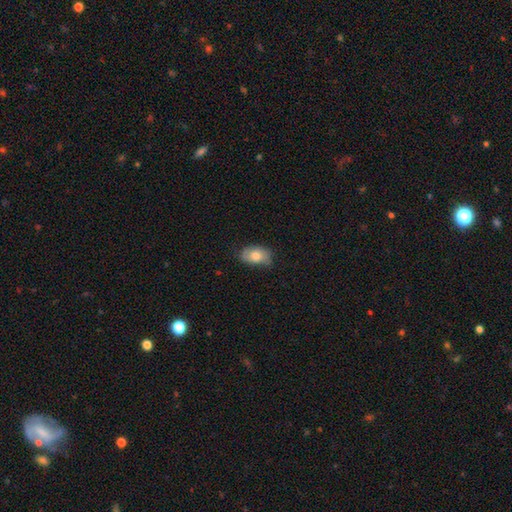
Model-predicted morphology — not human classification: This appears to be a smooth galaxy with no disk features (73%) that is in between round and cigar-shaped (88%). Merging: none (63%).